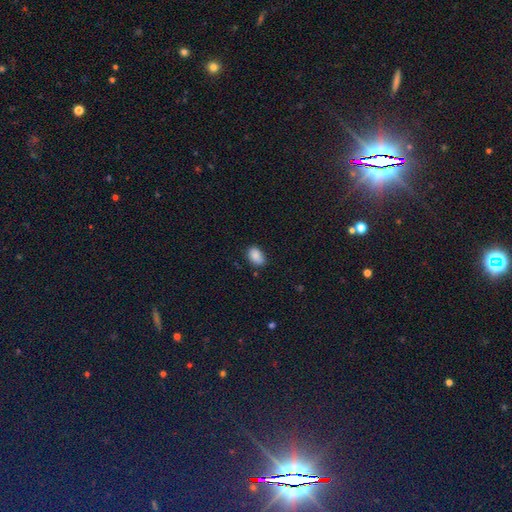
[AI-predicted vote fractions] A smooth galaxy with no disk features (87%) that is in between round and cigar-shaped (89%).

Vote fractions:
- Smooth or featured? smooth: 87% / star or artifact: 8% / featured or disk: 5%
- How rounded? in between: 89% / round: 10% / cigar-shaped: 1%
- Merging? none: 71% / minor disturbance: 22% / major disturbance: 4% / merger: 3%